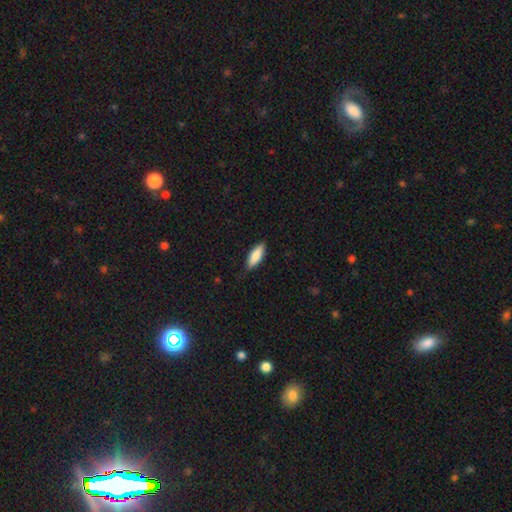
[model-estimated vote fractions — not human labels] Q: Smooth or featured?
A: smooth (83%); runner-up: featured or disk (11%)
Q: How rounded?
A: in between (62%); runner-up: cigar-shaped (36%)
Q: Merging?
A: none (83%); runner-up: minor disturbance (14%)